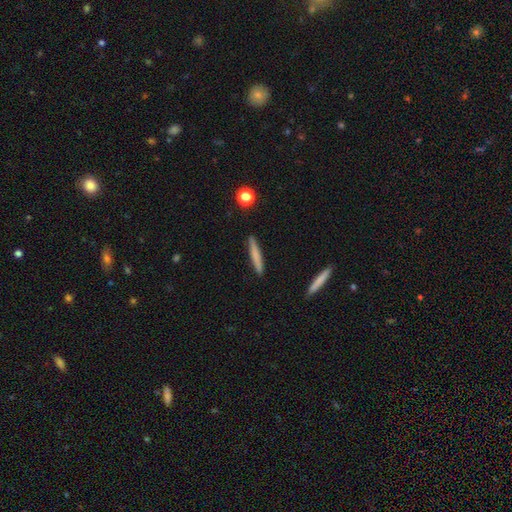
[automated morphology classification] A smooth galaxy with no disk features (68%) that is cigar-shaped (95%). Merging: none (91%).